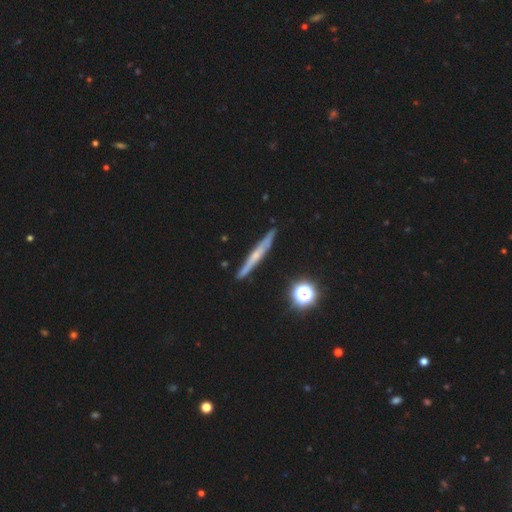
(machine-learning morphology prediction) A featured or disk galaxy (59%) viewed edge-on (95%) with no central bulge (48%). Merging: none (87%).